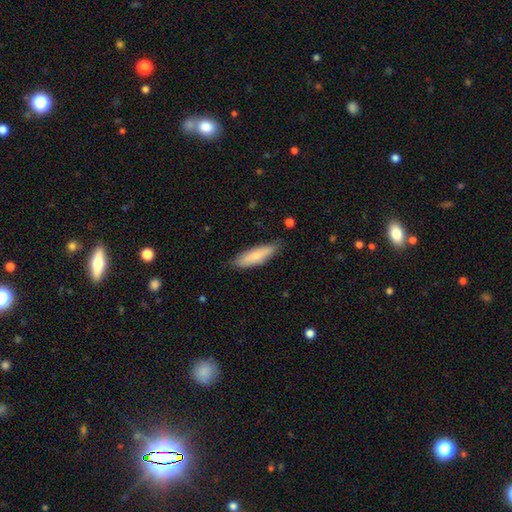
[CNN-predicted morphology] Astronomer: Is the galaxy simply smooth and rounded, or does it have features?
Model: smooth — 75%.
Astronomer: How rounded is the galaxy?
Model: cigar-shaped — 57% (runner-up: in between, 41%).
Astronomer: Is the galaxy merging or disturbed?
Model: none — 80%.